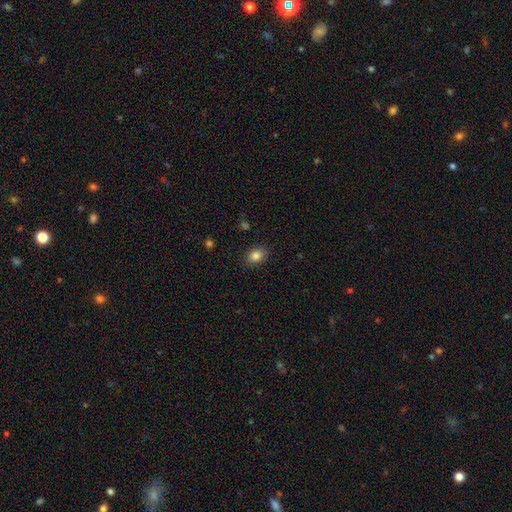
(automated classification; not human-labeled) Smooth or featured: smooth — 85% (star or artifact — 10%)
How rounded: in between — 70% (round — 29%)
Merging: none — 86% (minor disturbance — 10%)